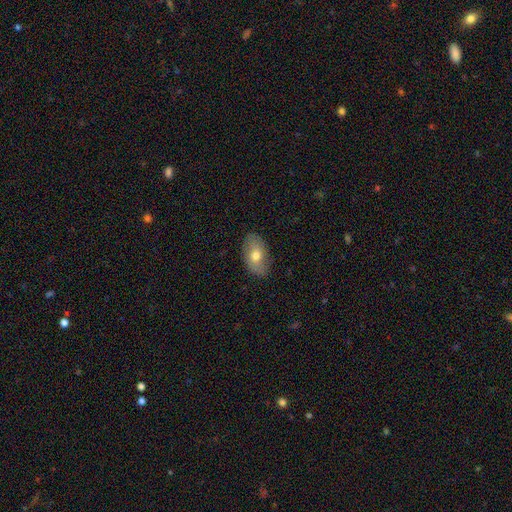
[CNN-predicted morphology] The model was most divided on "smooth or featured": smooth: 65%, featured or disk: 28%, star or artifact: 7%. More confident: how rounded — in between (91%); merging — none (83%).